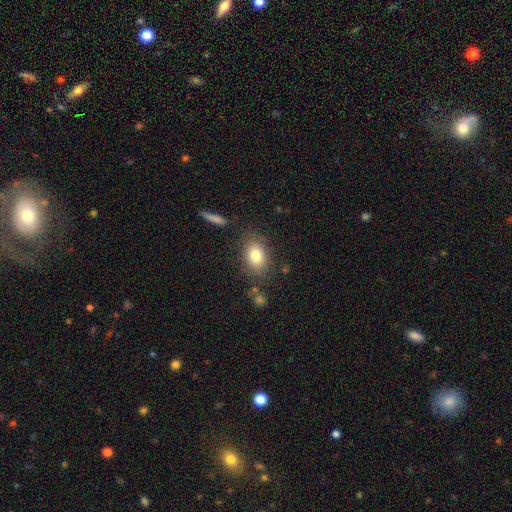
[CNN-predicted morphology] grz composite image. It shows a smooth galaxy with no disk features (81%) that is in between round and cigar-shaped (75%). Merging: none (80%).